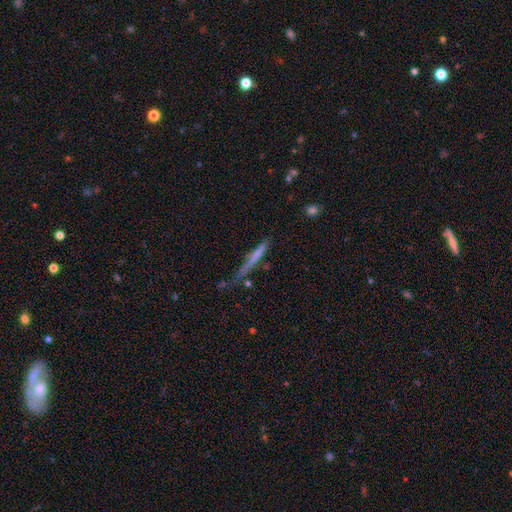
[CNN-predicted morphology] smooth-or-featured: smooth: 56% | featured or disk: 36% | star or artifact: 8%
  how-rounded: cigar-shaped: 95% | in between: 3% | round: 2%
  merging: none: 57% | minor disturbance: 26% | major disturbance: 11% | merger: 6%